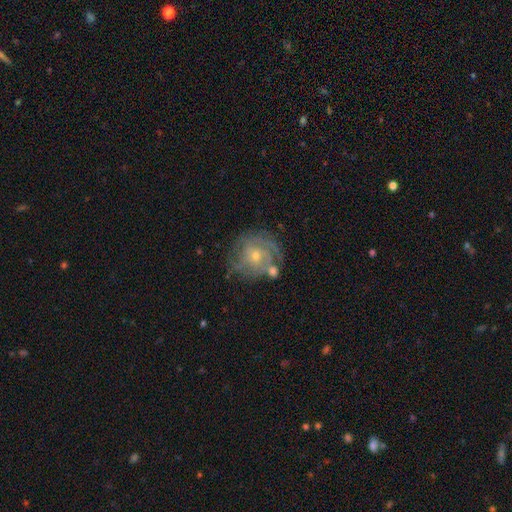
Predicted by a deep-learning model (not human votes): Smooth or featured: featured or disk — 73% (smooth — 18%)
Edge-on disk: no — 97% (yes — 3%)
Bar: no — 76% (weak — 20%)
Spiral arms: yes — 84% (no — 16%)
Spiral winding: tight — 65% (medium — 26%)
Spiral arm count: can't tell — 48% (2 — 17%)
Bulge size: small — 63% (moderate — 34%)
Merging: none — 64% (minor disturbance — 18%)